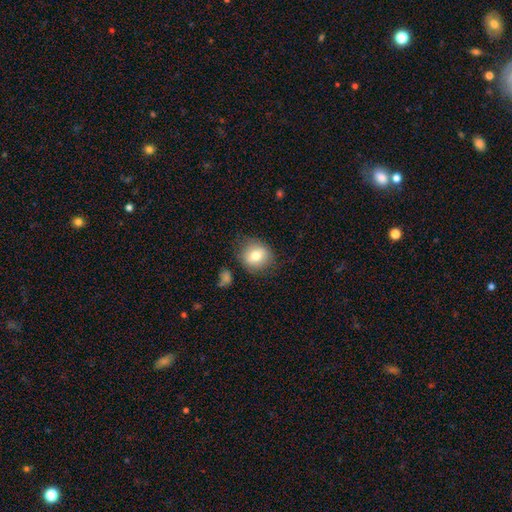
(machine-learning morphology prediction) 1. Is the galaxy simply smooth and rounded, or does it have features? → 75% smooth, 16% featured or disk, 9% star or artifact.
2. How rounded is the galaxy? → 78% round, 21% in between, 1% cigar-shaped.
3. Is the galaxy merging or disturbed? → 77% none, 15% minor disturbance, 5% major disturbance, 3% merger.